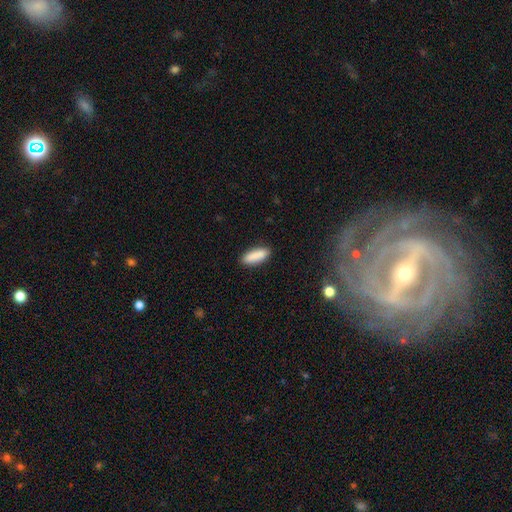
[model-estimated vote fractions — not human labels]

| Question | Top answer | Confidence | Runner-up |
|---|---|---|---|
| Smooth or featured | smooth | 89% | star or artifact (6%) |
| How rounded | in between | 61% | cigar-shaped (37%) |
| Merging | none | 88% | minor disturbance (9%) |